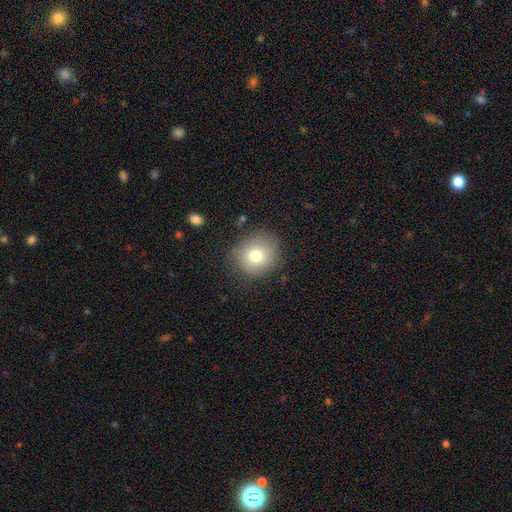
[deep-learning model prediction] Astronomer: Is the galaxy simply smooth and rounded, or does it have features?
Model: smooth — 78%.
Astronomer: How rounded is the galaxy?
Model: round — 83%.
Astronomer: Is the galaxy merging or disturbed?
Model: none — 81%.